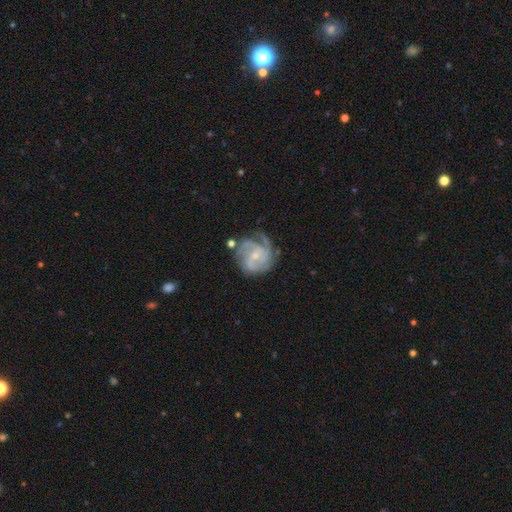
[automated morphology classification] type=featured or disk (87%); edge-on=no (98%); bar=no (54%); spiral arms=yes (97%); winding=tight (50%); arm count=3 (45%); bulge=small (67%); merging=none (62%).